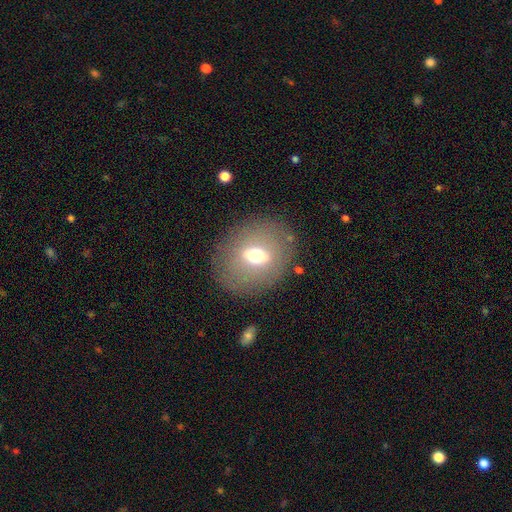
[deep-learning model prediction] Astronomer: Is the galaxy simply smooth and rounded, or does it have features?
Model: smooth — 47% (runner-up: featured or disk, 42%).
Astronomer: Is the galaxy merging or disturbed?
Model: none — 81%.